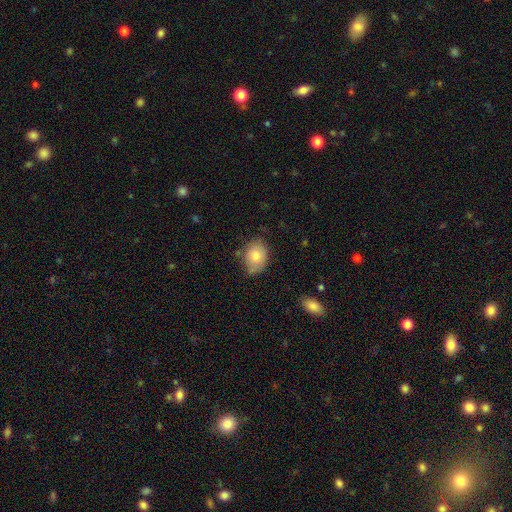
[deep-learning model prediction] A smooth galaxy with no disk features (79%) that is in between round and cigar-shaped (66%). Merging: none (67%).